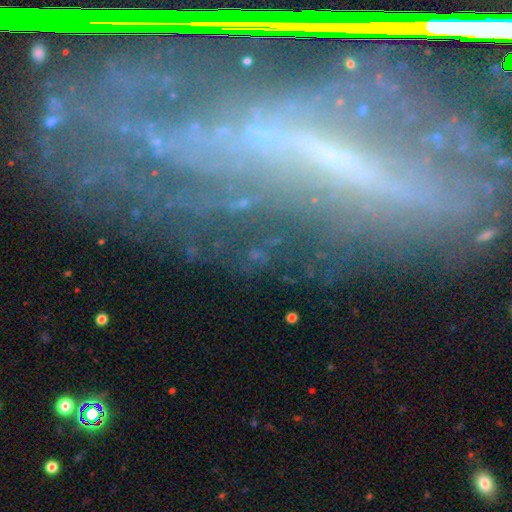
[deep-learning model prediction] Smooth or featured: featured or disk — 48% (star or artifact — 31%)
Merging: none — 71% (minor disturbance — 15%)